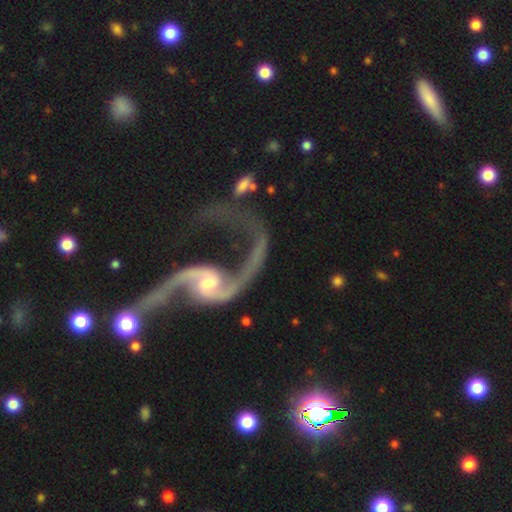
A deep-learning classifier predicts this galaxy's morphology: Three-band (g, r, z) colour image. It shows a featured or disk galaxy (93%) with no bar (47%), 2 (94%) loose (80%) spiral arms (97%) and a small central bulge (49%). Merging: none (54%).